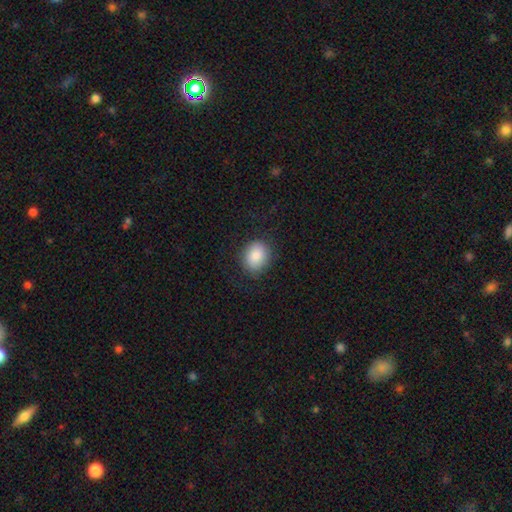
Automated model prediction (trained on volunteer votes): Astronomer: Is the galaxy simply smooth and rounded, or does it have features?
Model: smooth — 87%.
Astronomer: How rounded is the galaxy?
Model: round — 53% (runner-up: in between, 46%).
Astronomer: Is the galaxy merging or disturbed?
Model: none — 83%.